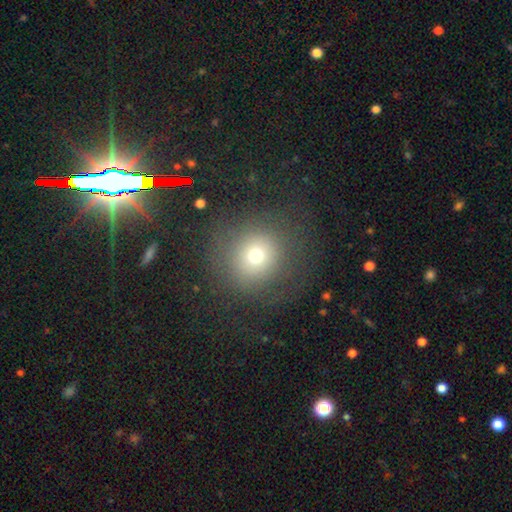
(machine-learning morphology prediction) smooth 67%, star or artifact 19%, featured or disk 14%. Down the decision tree: how rounded — round (92%); merging — none (78%).